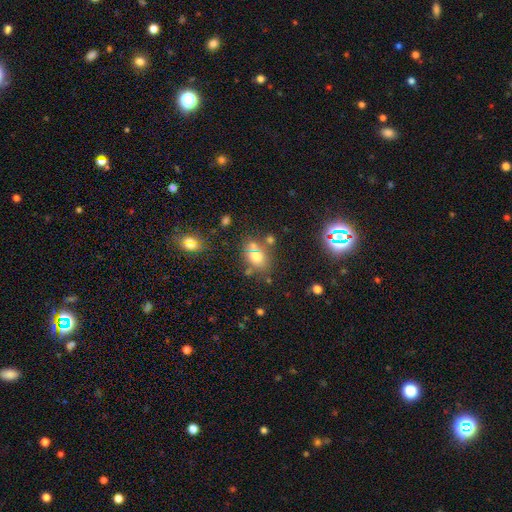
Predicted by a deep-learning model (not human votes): Smooth or featured? Predicted: smooth (p=0.68). How rounded? Predicted: in between (p=0.62). Merging? Predicted: none (p=0.59).